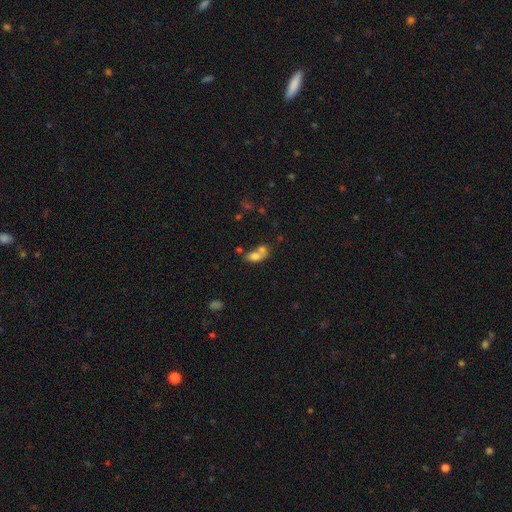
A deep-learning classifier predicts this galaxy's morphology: This is likely a smooth galaxy (70%). How rounded: likely in between (76%). Merging: likely merger (62%).